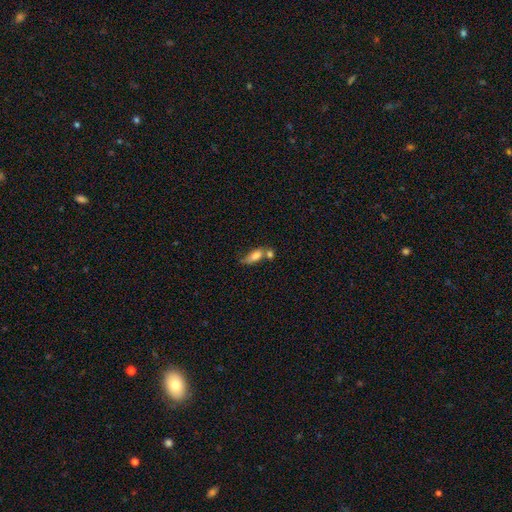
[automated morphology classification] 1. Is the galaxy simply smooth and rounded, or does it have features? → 76% smooth, 16% featured or disk, 9% star or artifact.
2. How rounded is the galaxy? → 77% in between, 18% cigar-shaped, 6% round.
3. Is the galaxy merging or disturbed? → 43% merger, 31% none, 16% minor disturbance, 9% major disturbance.